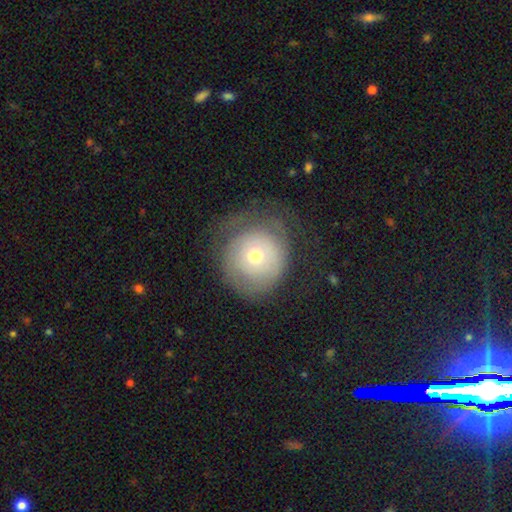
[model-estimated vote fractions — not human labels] Smooth or featured: smooth — 52% (featured or disk — 39%)
How rounded: round — 89% (in between — 10%)
Merging: none — 57% (minor disturbance — 23%)